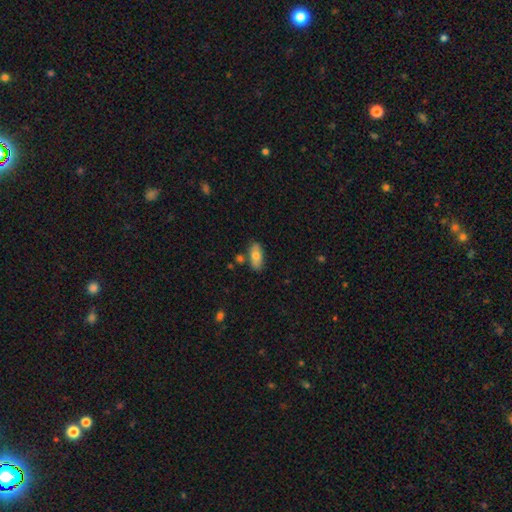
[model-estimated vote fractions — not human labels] Smooth or featured: smooth — 73% (featured or disk — 20%)
How rounded: in between — 84% (cigar-shaped — 13%)
Merging: none — 77% (minor disturbance — 13%)